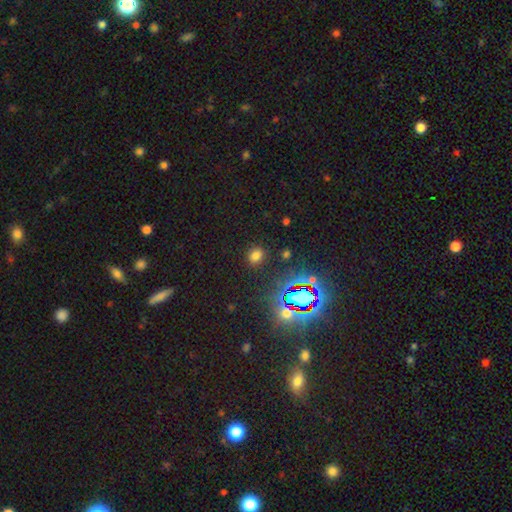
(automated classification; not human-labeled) smooth_or_featured: smooth (p=0.69) [alt: star or artifact p=0.25]
how_rounded: round (p=0.54) [alt: in between p=0.45]
merging: none (p=0.87) [alt: minor disturbance p=0.08]